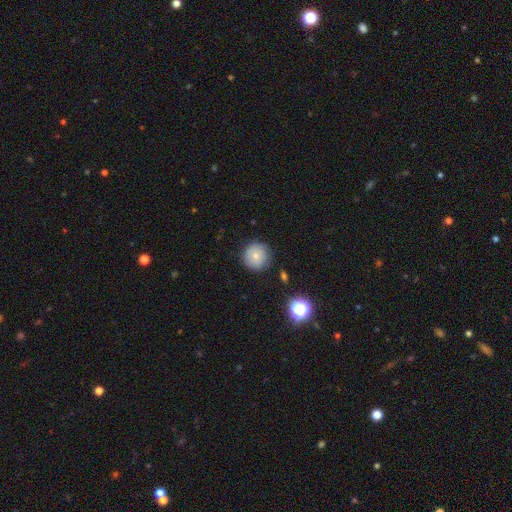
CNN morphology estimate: Smooth or featured: smooth — 74% (featured or disk — 15%)
How rounded: round — 95% (in between — 4%)
Merging: none — 83% (minor disturbance — 12%)